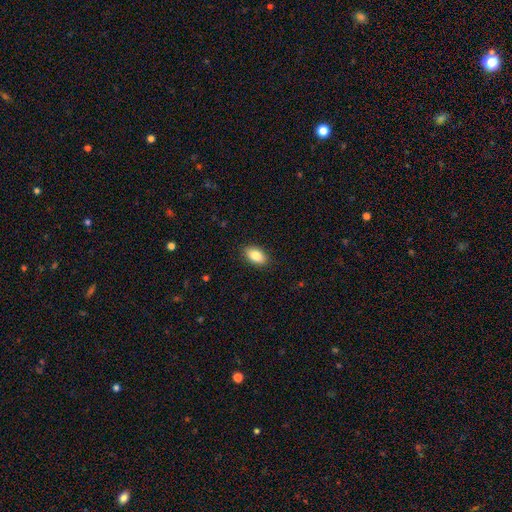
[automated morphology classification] smooth_or_featured: smooth (p=0.85) [alt: featured or disk p=0.08]
how_rounded: in between (p=0.92) [alt: round p=0.06]
merging: none (p=0.89) [alt: minor disturbance p=0.08]